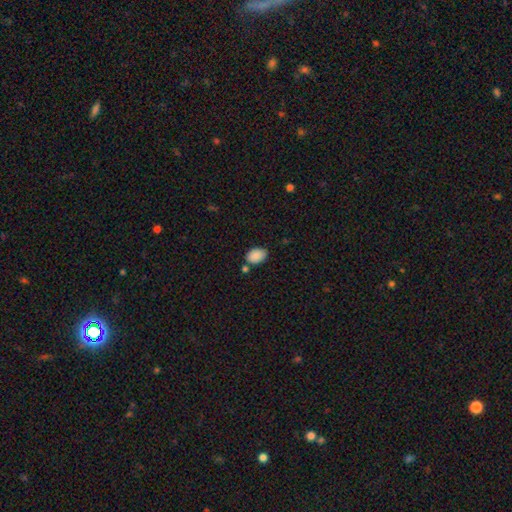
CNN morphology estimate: Overall: smooth (88%). How rounded: in between (85%). Merging: none (71%).